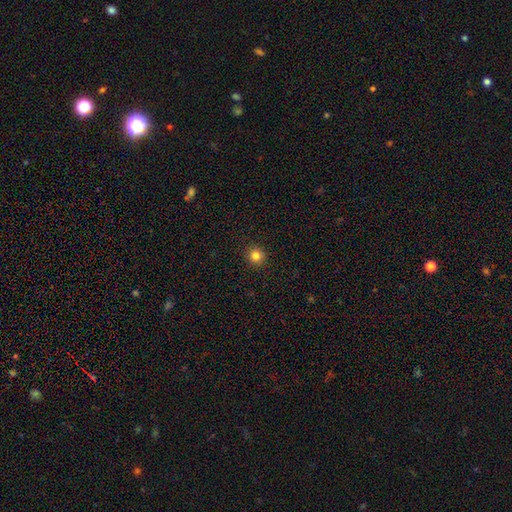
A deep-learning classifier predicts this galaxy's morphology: Smooth or featured? Predicted: smooth (p=0.83). How rounded? Predicted: round (p=0.94). Merging? Predicted: none (p=0.93).